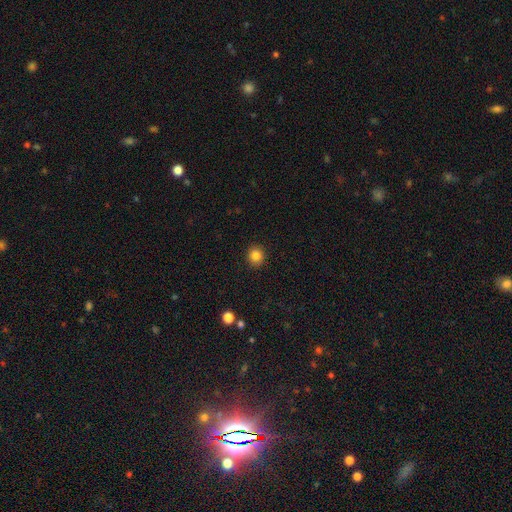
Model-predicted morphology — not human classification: The model was most divided on "smooth or featured": smooth: 84%, star or artifact: 11%, featured or disk: 5%. More confident: merging — none (90%); how rounded — round (87%).